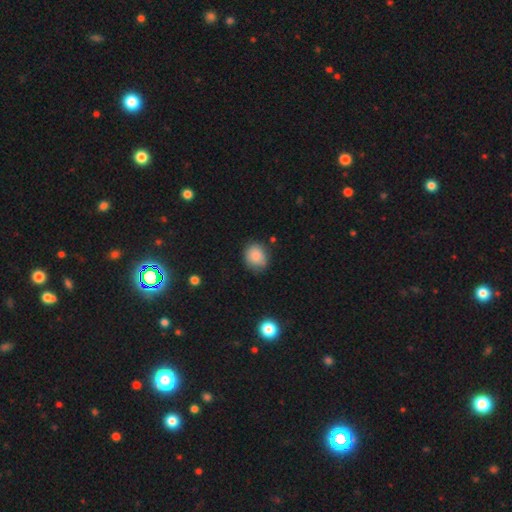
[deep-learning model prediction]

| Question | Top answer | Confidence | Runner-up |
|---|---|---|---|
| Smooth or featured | smooth | 86% | star or artifact (8%) |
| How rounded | round | 66% | in between (33%) |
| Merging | none | 76% | minor disturbance (18%) |